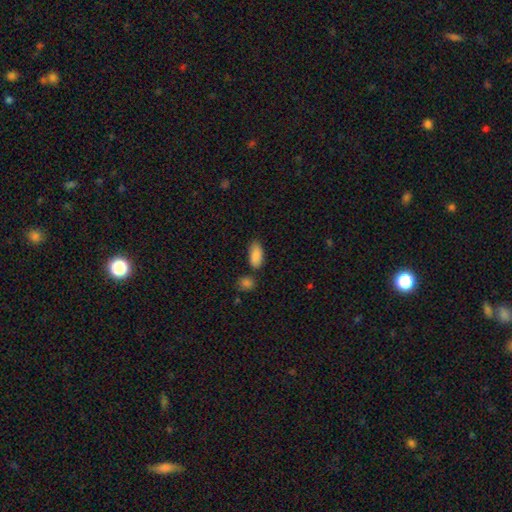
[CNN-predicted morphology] type=smooth (88%); roundness=in between (90%); merging=none (73%).